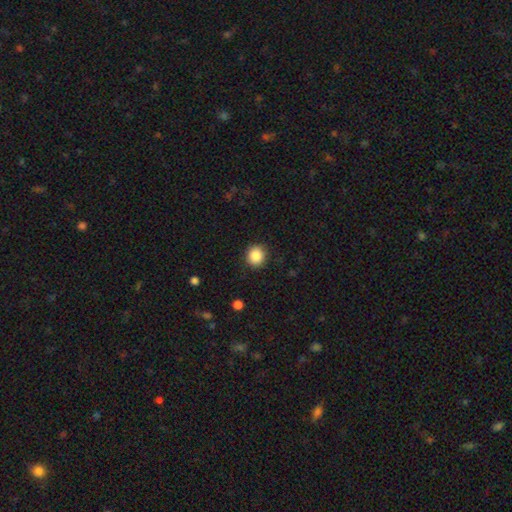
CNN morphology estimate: Smooth or featured? smooth (87%)
How rounded? round (87%)
Merging? none (90%)